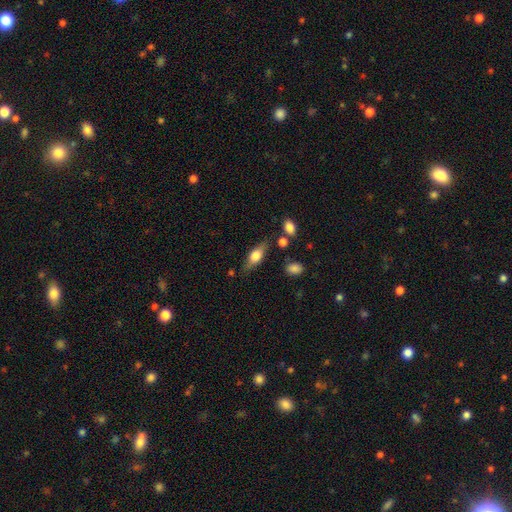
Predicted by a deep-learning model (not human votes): A smooth galaxy with no disk features (62%) that is in between round and cigar-shaped (71%). Merging: none (74%).